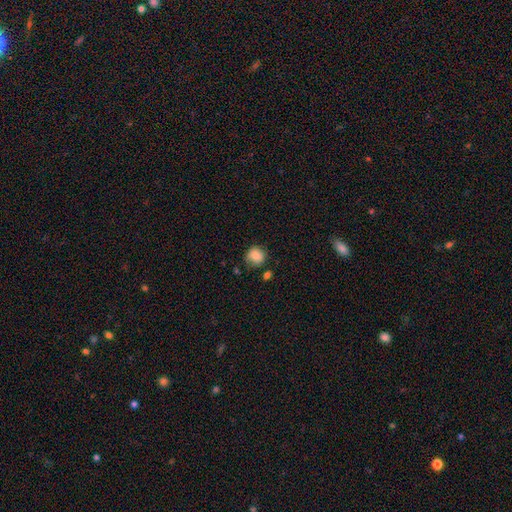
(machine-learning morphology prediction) type=smooth (83%); roundness=round (80%); merging=none (64%).